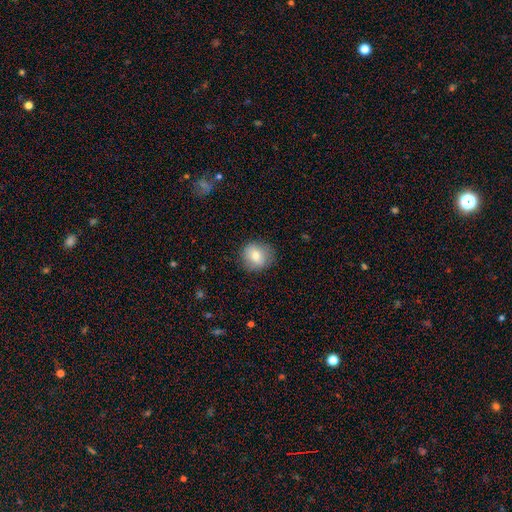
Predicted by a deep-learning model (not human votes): smooth-or-featured: smooth: 77% | featured or disk: 14% | star or artifact: 9%
  how-rounded: round: 84% | in between: 15% | cigar-shaped: 1%
  merging: none: 84% | minor disturbance: 12% | major disturbance: 3% | merger: 1%